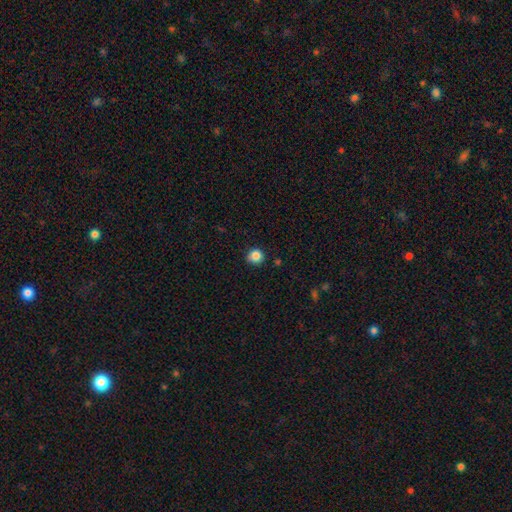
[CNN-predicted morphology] A smooth galaxy with no disk features (85%) that is round (93%).

Vote fractions:
- Smooth or featured? smooth: 85% / star or artifact: 10% / featured or disk: 4%
- How rounded? round: 93% / in between: 7% / cigar-shaped: 1%
- Merging? none: 87% / minor disturbance: 9% / major disturbance: 2% / merger: 1%